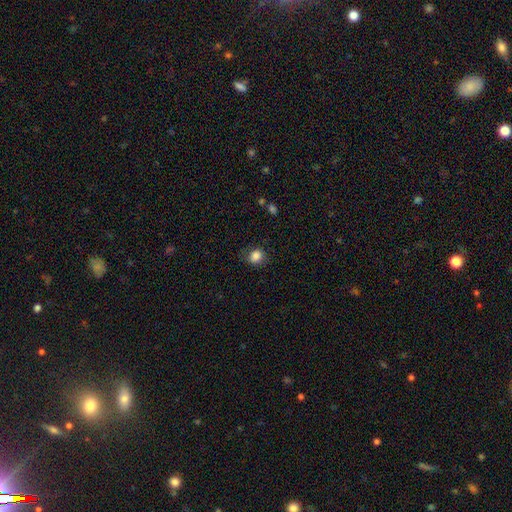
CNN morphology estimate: This is clearly a smooth galaxy (85%). How rounded: likely round (69%). Merging: likely none (79%).